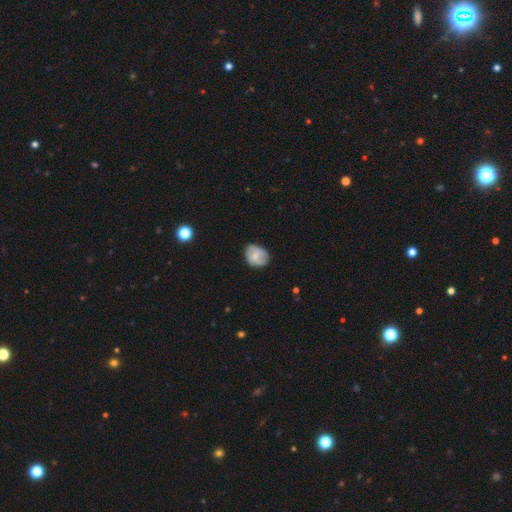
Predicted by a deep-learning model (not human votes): smooth_or_featured: smooth (p=0.61) [alt: featured or disk p=0.32]
how_rounded: in between (p=0.54) [alt: round p=0.45]
merging: none (p=0.68) [alt: minor disturbance p=0.24]